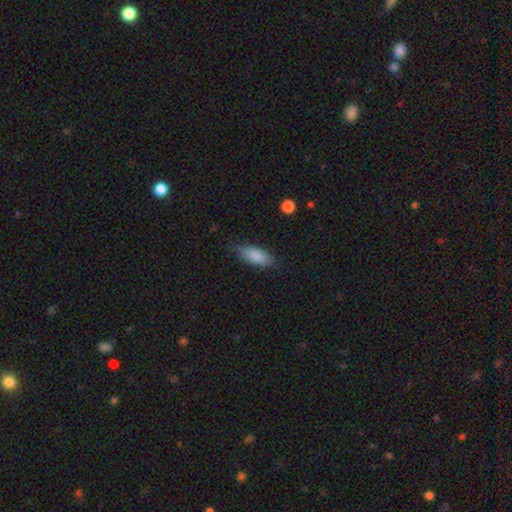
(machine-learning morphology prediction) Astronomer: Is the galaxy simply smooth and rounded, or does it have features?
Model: smooth — 85%.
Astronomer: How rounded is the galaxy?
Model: in between — 79%.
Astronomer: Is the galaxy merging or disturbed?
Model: none — 76%.